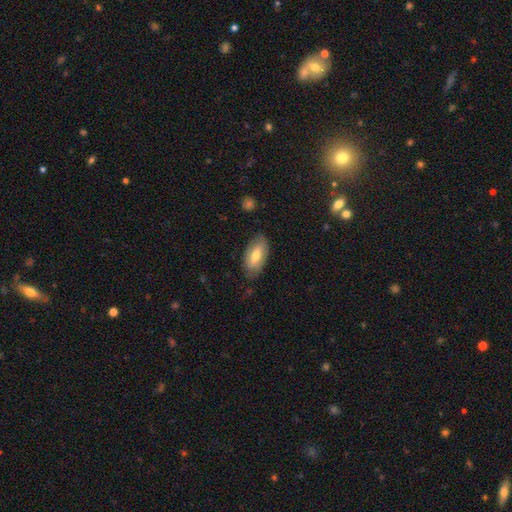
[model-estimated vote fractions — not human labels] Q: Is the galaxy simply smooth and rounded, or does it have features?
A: smooth — 62%.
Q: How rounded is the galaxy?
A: in between — 90%.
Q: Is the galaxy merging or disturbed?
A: none — 79%.